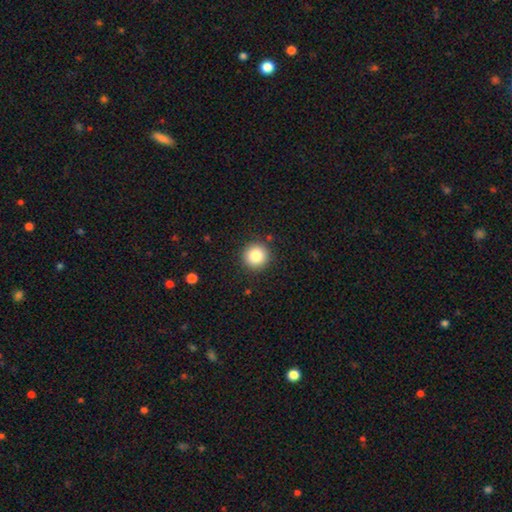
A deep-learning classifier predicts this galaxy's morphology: Smooth or featured?
  - smooth: 86% *
  - star or artifact: 9%
  - featured or disk: 5%
How rounded?
  - round: 95% *
  - in between: 4%
  - cigar-shaped: 1%
Merging?
  - none: 91% *
  - minor disturbance: 6%
  - major disturbance: 2%
  - merger: 1%